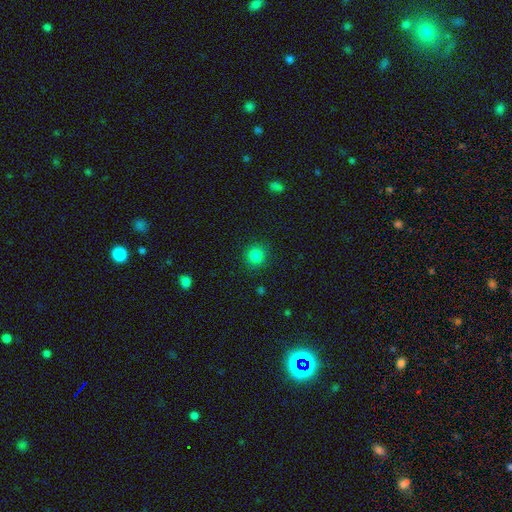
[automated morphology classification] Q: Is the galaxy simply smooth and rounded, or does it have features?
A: smooth — 84%.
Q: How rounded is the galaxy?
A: round — 90%.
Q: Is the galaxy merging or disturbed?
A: none — 89%.